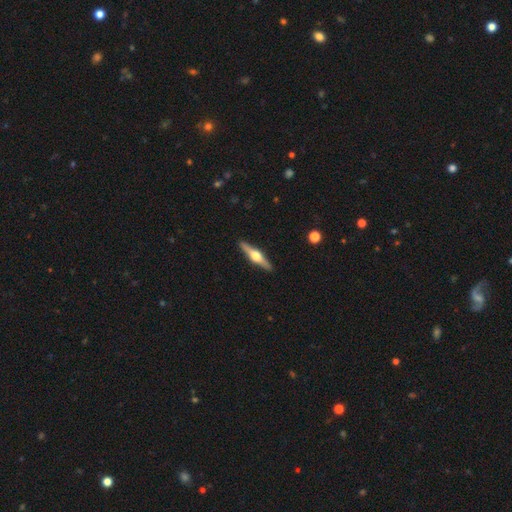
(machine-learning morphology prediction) Smooth or featured?
  - featured or disk: 73% *
  - smooth: 22%
  - star or artifact: 5%
Edge-on disk?
  - yes: 98% *
  - no: 2%
Edge-on bulge?
  - rounded: 95% *
  - boxy: 3%
  - none: 2%
Merging?
  - none: 92% *
  - minor disturbance: 6%
  - major disturbance: 1%
  - merger: 1%